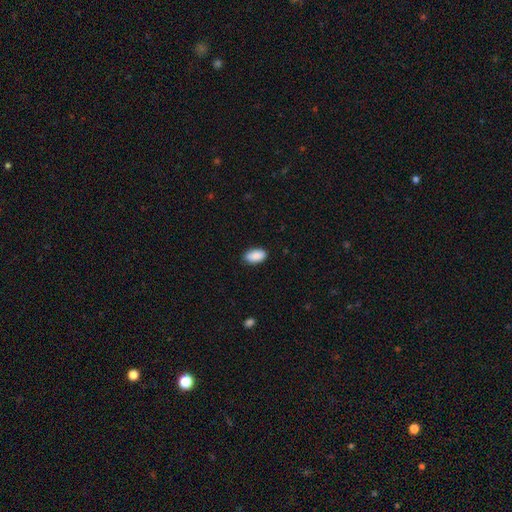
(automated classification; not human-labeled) Smooth or featured: smooth — 90% (star or artifact — 6%)
How rounded: in between — 94% (round — 3%)
Merging: none — 86% (minor disturbance — 11%)